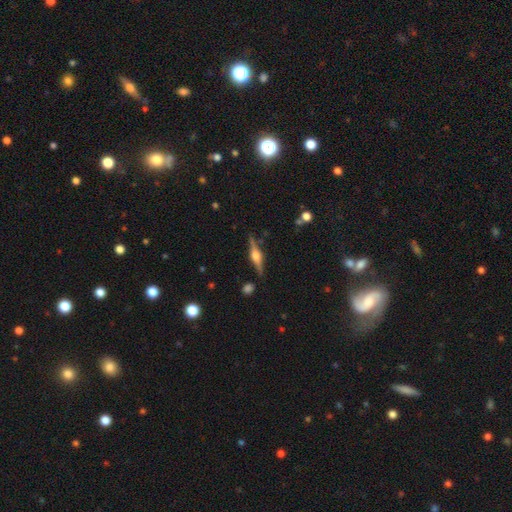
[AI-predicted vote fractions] smooth-or-featured: featured or disk: 79% | smooth: 15% | star or artifact: 6%
  disk-edge-on: yes: 98% | no: 2%
    edge-on-bulge: rounded: 89% | boxy: 9% | none: 2%
  merging: none: 86% | minor disturbance: 10% | merger: 2% | major disturbance: 2%